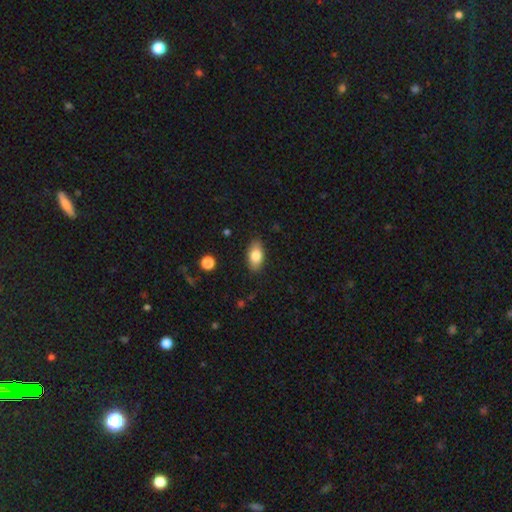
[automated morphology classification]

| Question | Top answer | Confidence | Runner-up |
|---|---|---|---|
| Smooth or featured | smooth | 81% | featured or disk (12%) |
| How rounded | in between | 91% | round (5%) |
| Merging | none | 87% | minor disturbance (10%) |